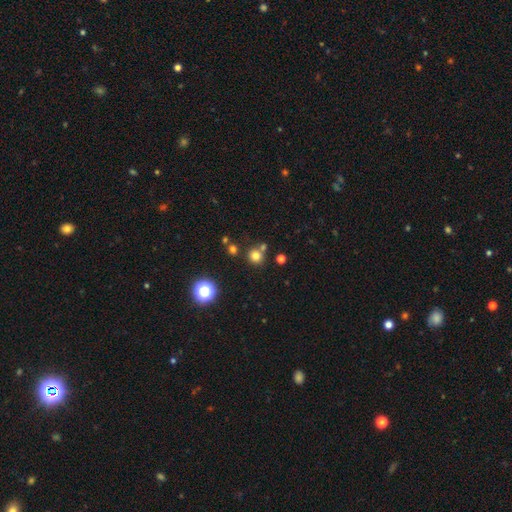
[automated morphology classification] This appears to be a smooth galaxy with no disk features (74%) that is round (91%). Merging: none (71%).